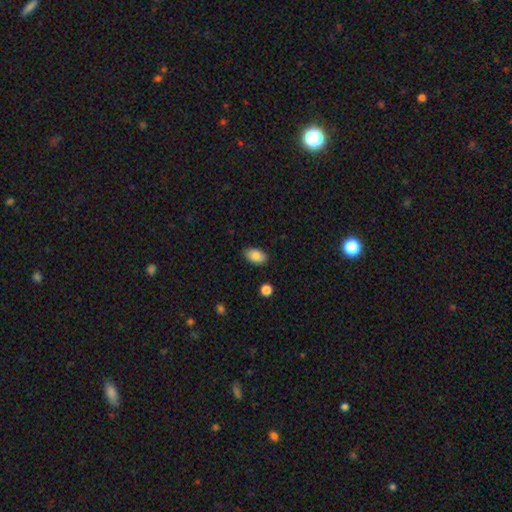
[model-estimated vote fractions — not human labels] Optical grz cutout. It shows a smooth galaxy with no disk features (85%) that is in between round and cigar-shaped (92%). Merging: none (86%).